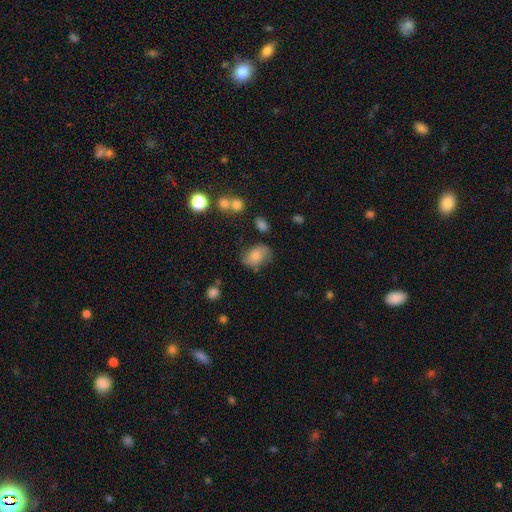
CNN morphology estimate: Overall: smooth (66%). How rounded: in between (82%). Merging: none (62%; minor disturbance 25%).